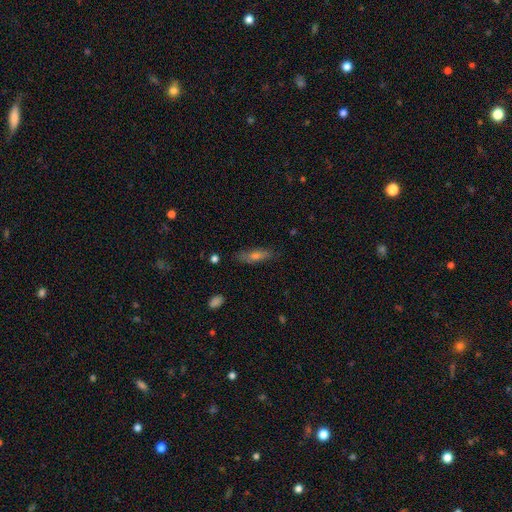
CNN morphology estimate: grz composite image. It shows a smooth galaxy with no disk features (54%) that is cigar-shaped (66%). Merging: none (84%).